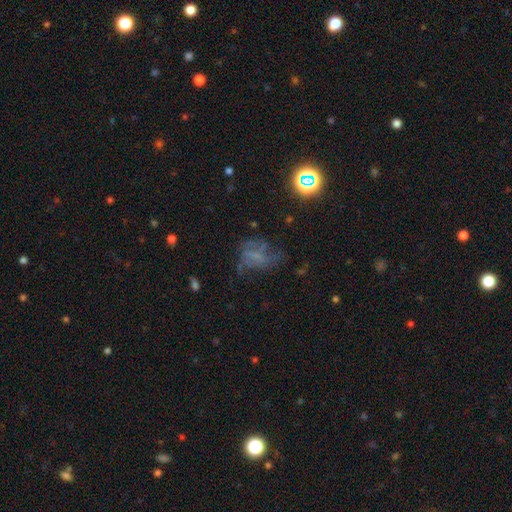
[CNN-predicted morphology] Smooth or featured? Predicted: featured or disk (p=0.41). Merging? Predicted: none (p=0.44).